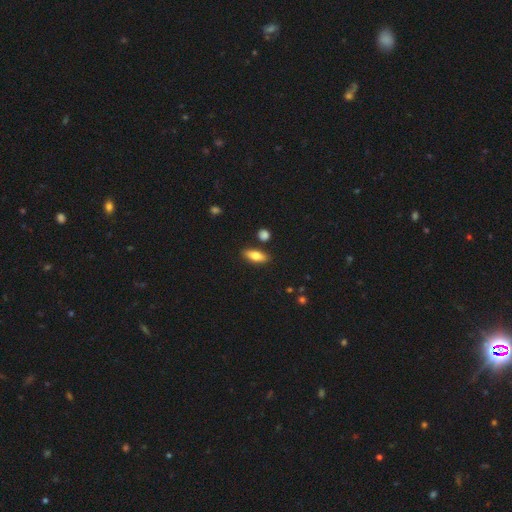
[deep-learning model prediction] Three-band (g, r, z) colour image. It shows a smooth galaxy with no disk features (73%) that is in between round and cigar-shaped (70%). Merging: none (84%).